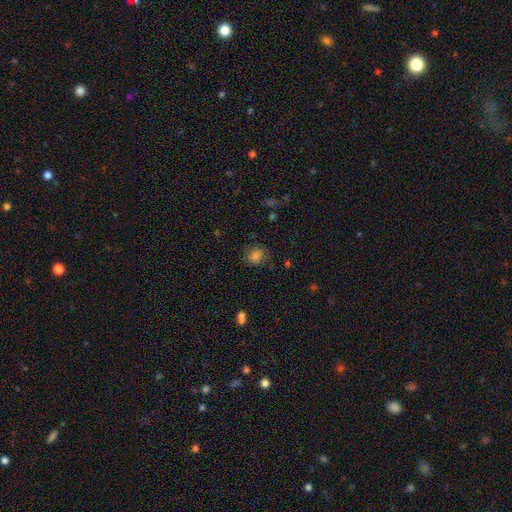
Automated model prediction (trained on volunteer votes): This appears to be a smooth galaxy with no disk features (81%) that is round (69%). Merging: none (73%).